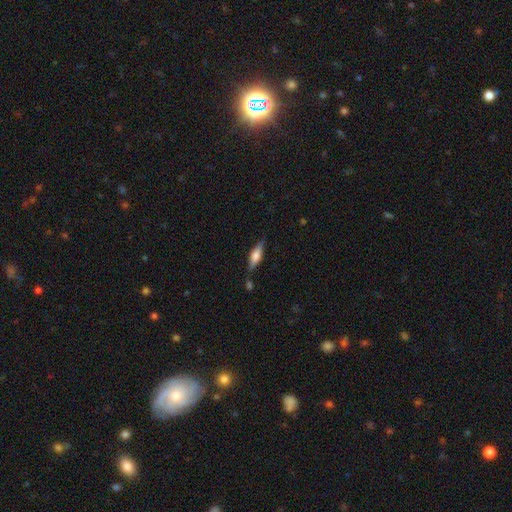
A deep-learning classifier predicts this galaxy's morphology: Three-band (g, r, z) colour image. It shows a featured or disk galaxy (47%). Merging: none (76%).